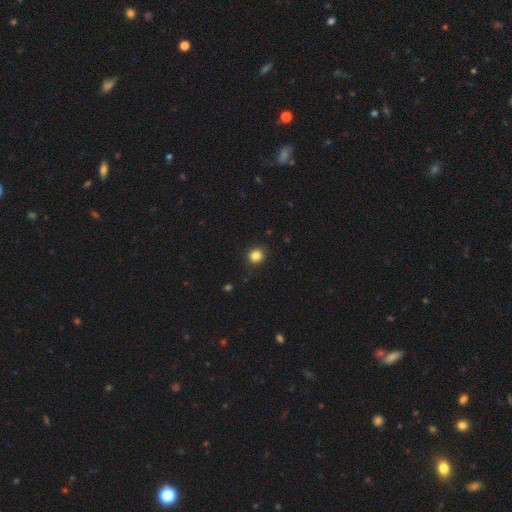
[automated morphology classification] Smooth or featured: smooth — 84% (star or artifact — 12%)
How rounded: round — 88% (in between — 11%)
Merging: none — 89% (minor disturbance — 8%)